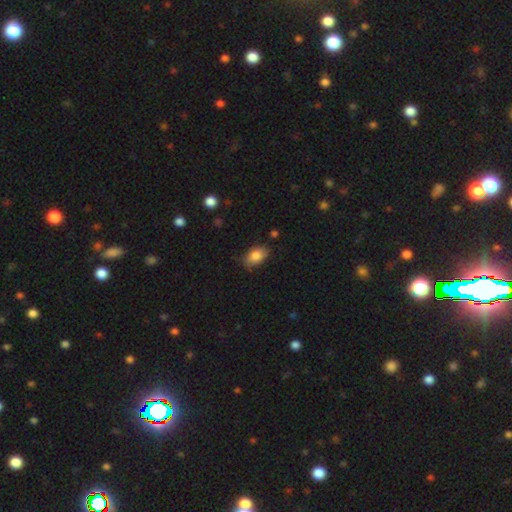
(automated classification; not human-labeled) Smooth or featured?
  - smooth: 84% *
  - featured or disk: 9%
  - star or artifact: 7%
How rounded?
  - in between: 89% *
  - round: 9%
  - cigar-shaped: 2%
Merging?
  - none: 78% *
  - minor disturbance: 18%
  - major disturbance: 3%
  - merger: 1%